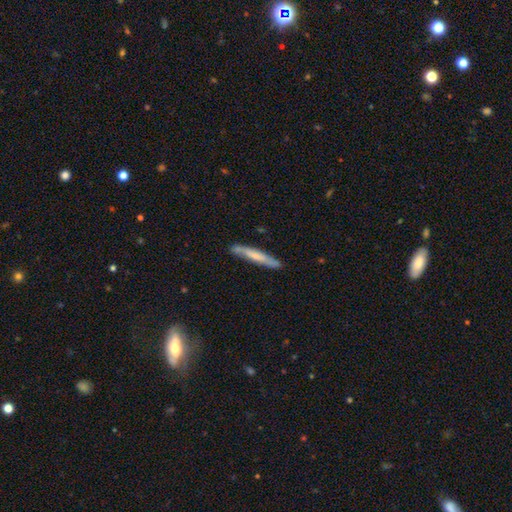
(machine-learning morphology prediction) Smooth or featured? smooth (55%)
How rounded? cigar-shaped (94%)
Merging? none (81%)